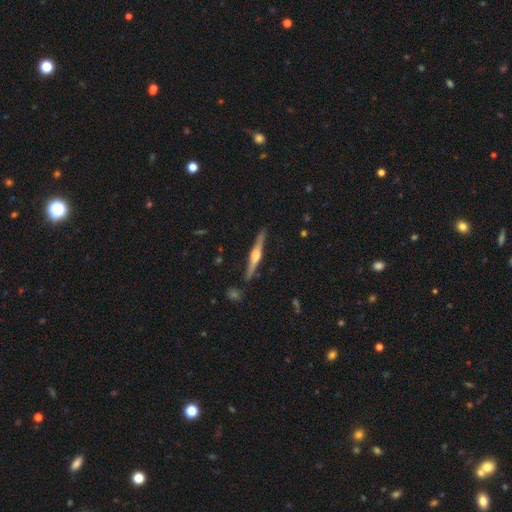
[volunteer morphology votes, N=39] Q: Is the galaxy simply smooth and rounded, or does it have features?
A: featured or disk — 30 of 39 (77%).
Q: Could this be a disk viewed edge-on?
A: yes — 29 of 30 (97%).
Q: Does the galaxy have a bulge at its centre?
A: rounded — 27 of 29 (93%).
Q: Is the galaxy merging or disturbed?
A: none — 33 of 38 (87%).